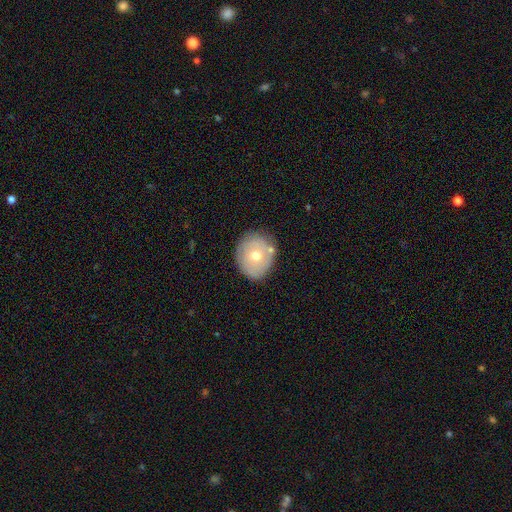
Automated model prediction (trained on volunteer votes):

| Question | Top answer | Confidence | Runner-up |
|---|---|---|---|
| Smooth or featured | smooth | 57% | featured or disk (36%) |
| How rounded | round | 72% | in between (27%) |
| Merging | none | 75% | minor disturbance (15%) |